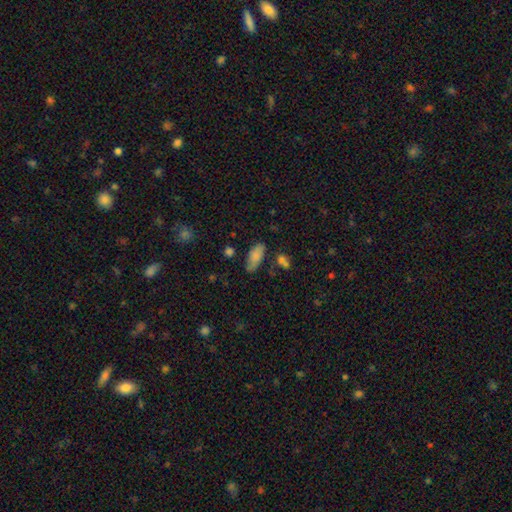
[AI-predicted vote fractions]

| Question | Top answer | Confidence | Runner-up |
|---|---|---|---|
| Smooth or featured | smooth | 78% | featured or disk (14%) |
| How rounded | in between | 86% | cigar-shaped (12%) |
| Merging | none | 60% | minor disturbance (26%) |